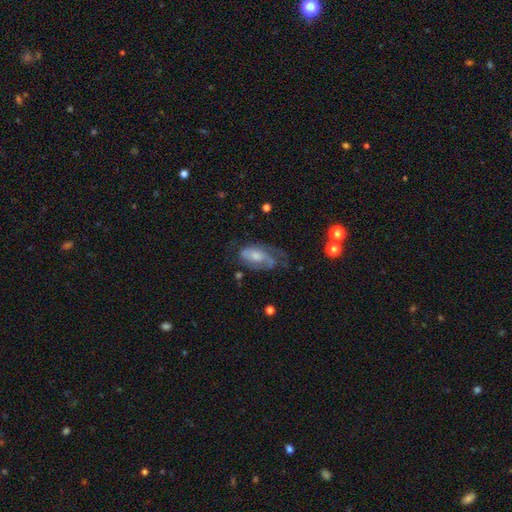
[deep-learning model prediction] This appears to be a featured or disk galaxy (66%) with no bar (60%), 2 (45%) medium (43%) spiral arms (84%) and a moderate central bulge (45%). Merging: none (42%).